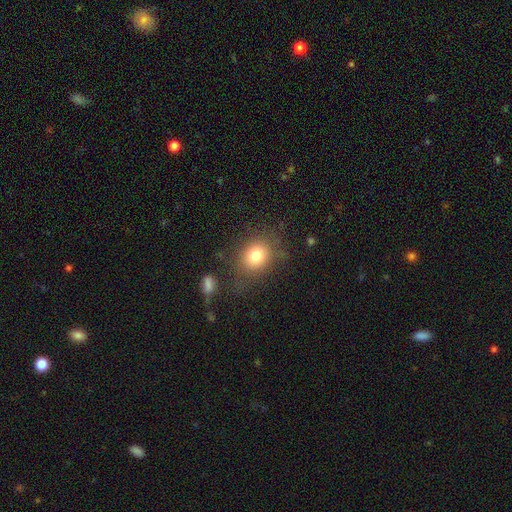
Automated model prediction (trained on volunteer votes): Morphology: type=smooth (79%); roundness=round (67%); merging=none (73%).